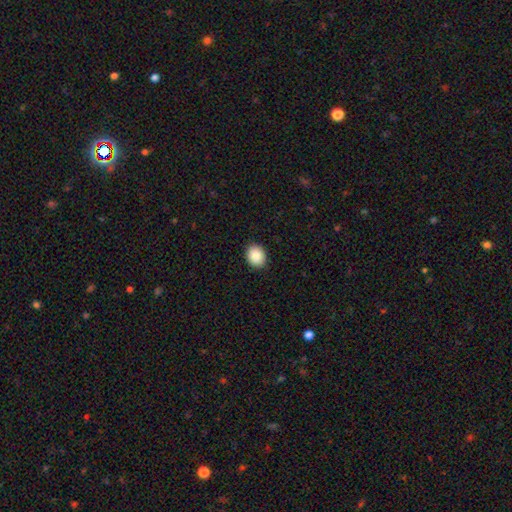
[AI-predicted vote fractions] Smooth or featured? smooth (88%)
How rounded? round (51%)
Merging? none (91%)